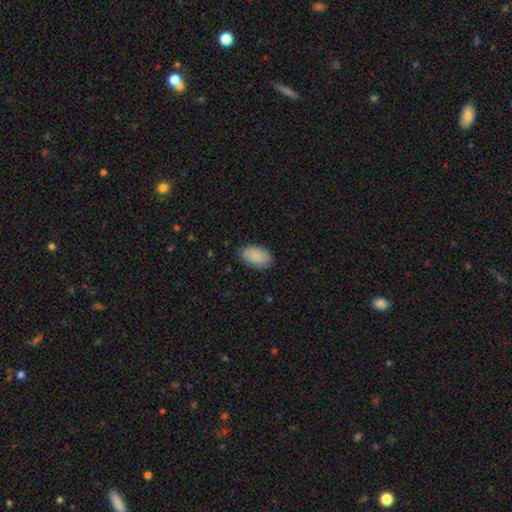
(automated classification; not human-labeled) This is clearly a smooth galaxy (85%). How rounded: clearly in between (93%). Merging: clearly none (85%).